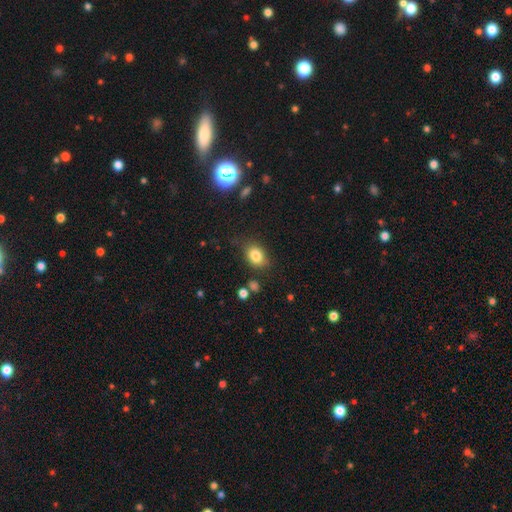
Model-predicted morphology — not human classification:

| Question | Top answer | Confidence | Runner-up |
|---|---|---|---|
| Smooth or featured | smooth | 82% | star or artifact (10%) |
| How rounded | in between | 63% | round (36%) |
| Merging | none | 74% | minor disturbance (18%) |